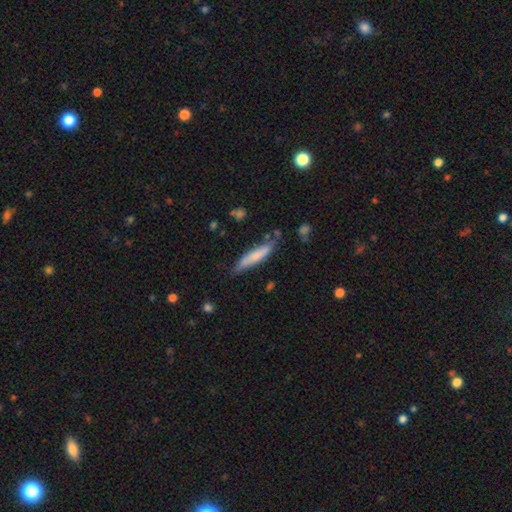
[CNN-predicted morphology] This is likely a smooth galaxy (68%). How rounded: clearly cigar-shaped (87%). Merging: likely none (72%).